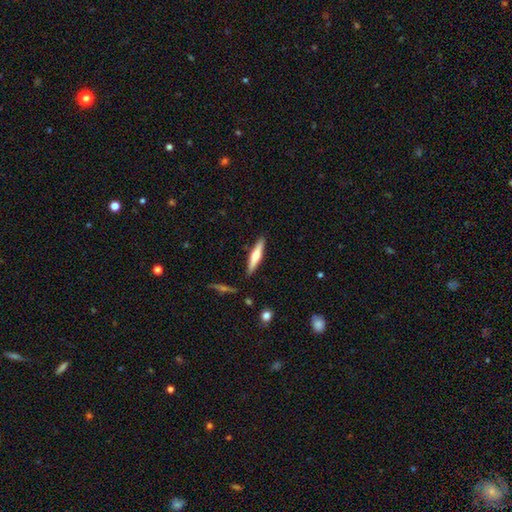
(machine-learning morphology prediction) A smooth galaxy with no disk features (48%). Merging: none (88%).